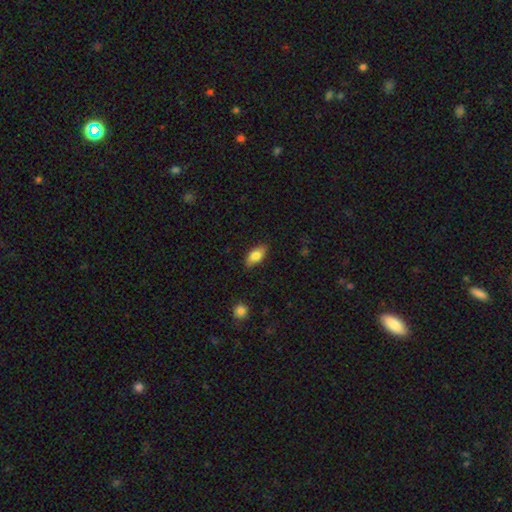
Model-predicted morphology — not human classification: Q: Smooth or featured?
A: smooth (77%); runner-up: featured or disk (16%)
Q: How rounded?
A: in between (88%); runner-up: cigar-shaped (8%)
Q: Merging?
A: none (83%); runner-up: minor disturbance (13%)